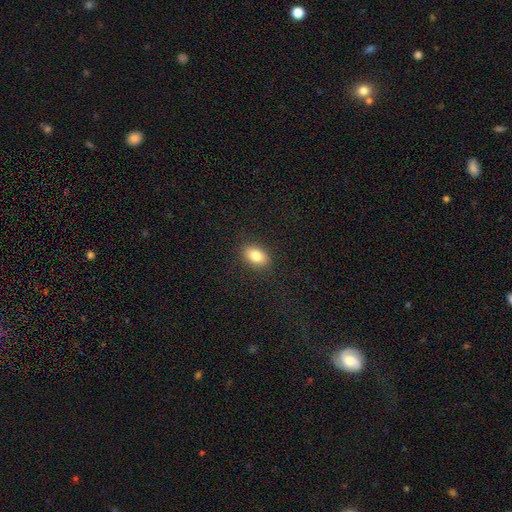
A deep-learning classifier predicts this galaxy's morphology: Overall: smooth (83%). How rounded: in between (87%). Merging: none (89%).